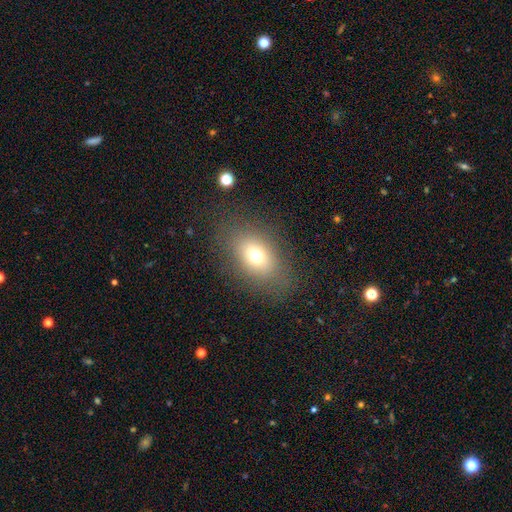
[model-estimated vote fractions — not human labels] Morphology: type=smooth (70%); roundness=in between (73%); merging=none (81%).